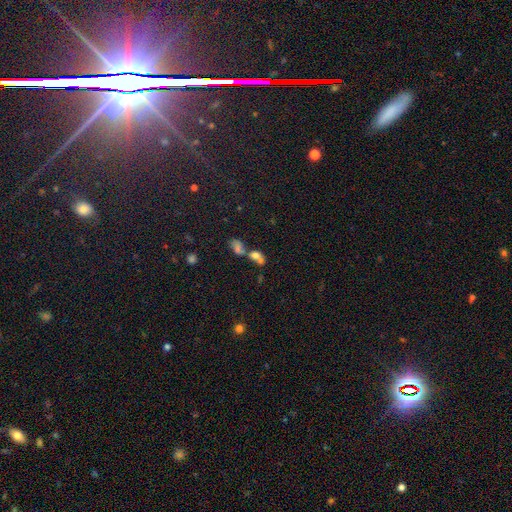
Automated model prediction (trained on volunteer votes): Smooth or featured?
  - smooth: 63% *
  - featured or disk: 21%
  - star or artifact: 16%
How rounded?
  - in between: 61% *
  - round: 34%
  - cigar-shaped: 5%
Merging?
  - merger: 71% *
  - none: 17%
  - major disturbance: 6%
  - minor disturbance: 6%